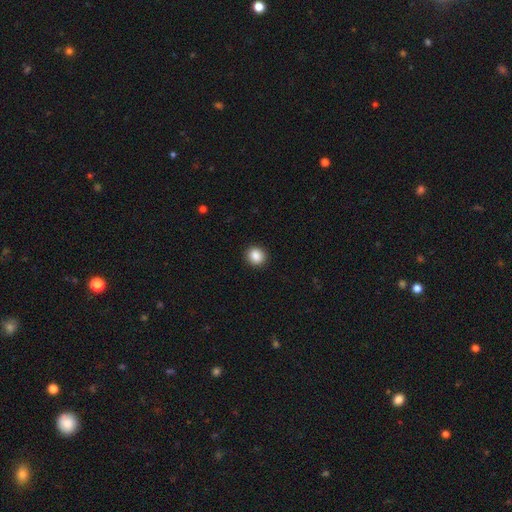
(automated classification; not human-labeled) The model was most divided on "how rounded": round: 86%, in between: 13%, cigar-shaped: 1%. More confident: merging — none (92%); smooth or featured — smooth (87%).